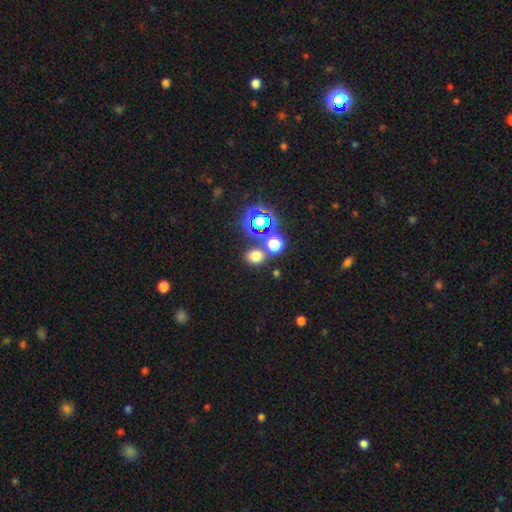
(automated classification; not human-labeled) smooth 66%, star or artifact 28%, featured or disk 6%. Down the decision tree: how rounded — round (63%); merging — none (74%).